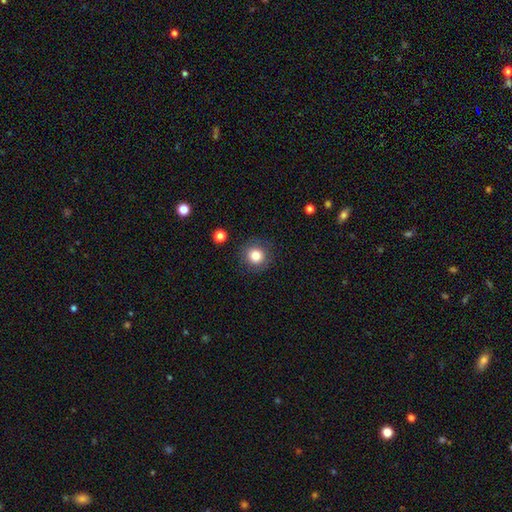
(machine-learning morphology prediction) A smooth galaxy with no disk features (81%) that is round (92%).

Vote fractions:
- Smooth or featured? smooth: 81% / star or artifact: 11% / featured or disk: 8%
- How rounded? round: 92% / in between: 7% / cigar-shaped: 1%
- Merging? none: 87% / minor disturbance: 8% / major disturbance: 3% / merger: 2%